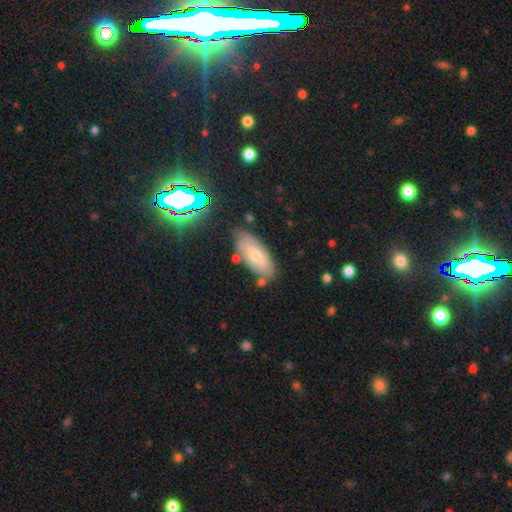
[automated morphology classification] A smooth galaxy with no disk features (62%) that is in between round and cigar-shaped (84%).

Vote fractions:
- Smooth or featured? smooth: 62% / featured or disk: 29% / star or artifact: 9%
- How rounded? in between: 84% / cigar-shaped: 14% / round: 2%
- Merging? none: 75% / minor disturbance: 16% / merger: 5% / major disturbance: 3%